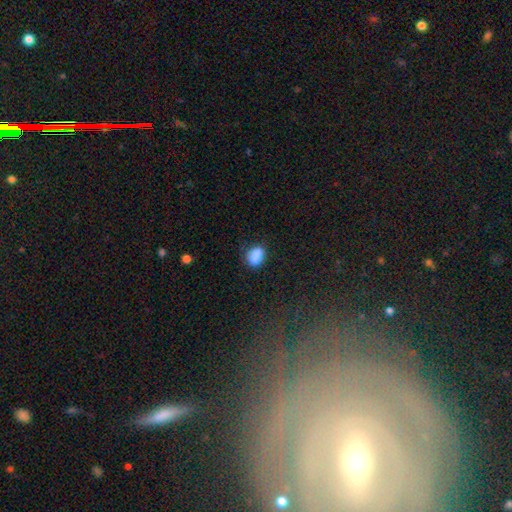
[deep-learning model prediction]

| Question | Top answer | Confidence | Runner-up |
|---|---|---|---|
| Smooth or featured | smooth | 83% | star or artifact (10%) |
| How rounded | in between | 71% | round (27%) |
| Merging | none | 57% | minor disturbance (24%) |